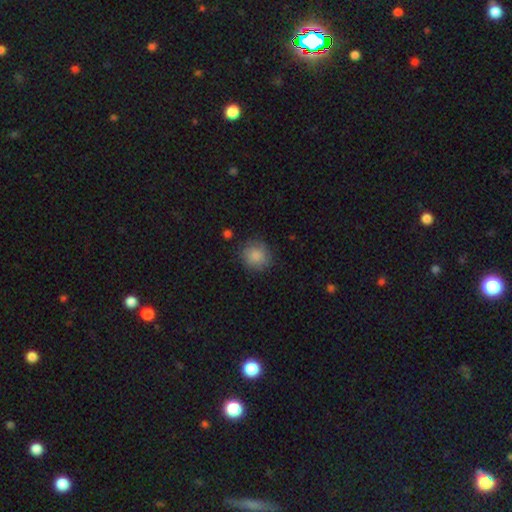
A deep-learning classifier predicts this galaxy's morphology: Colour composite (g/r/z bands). It shows a smooth galaxy with no disk features (85%) that is round (83%). Merging: none (81%).